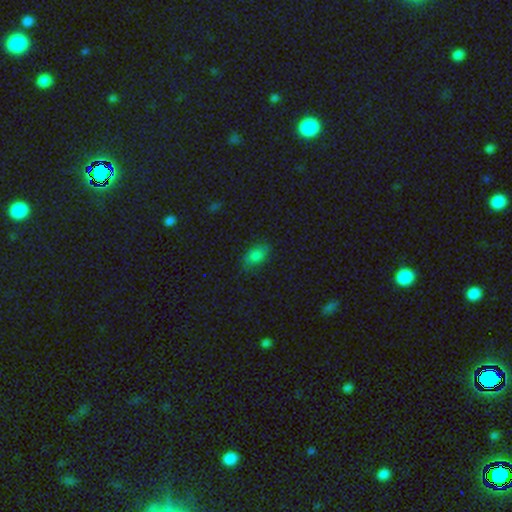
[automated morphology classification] The model was most divided on "merging": none: 75%, minor disturbance: 19%, major disturbance: 5%, merger: 1%. More confident: how rounded — in between (87%); smooth or featured — smooth (79%).